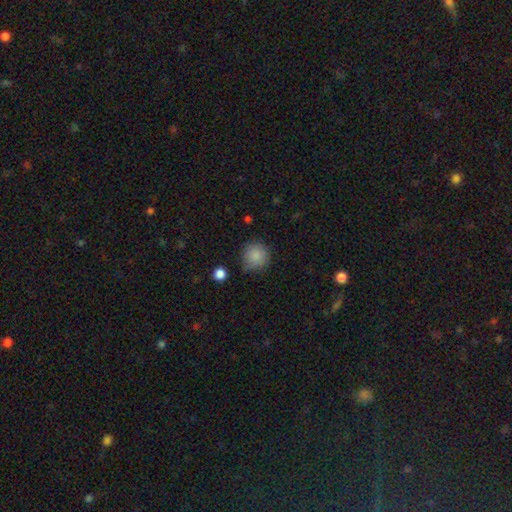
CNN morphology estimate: Smooth or featured?
  - smooth: 86% *
  - star or artifact: 9%
  - featured or disk: 5%
How rounded?
  - round: 92% *
  - in between: 7%
  - cigar-shaped: 1%
Merging?
  - none: 74% *
  - minor disturbance: 19%
  - major disturbance: 4%
  - merger: 3%